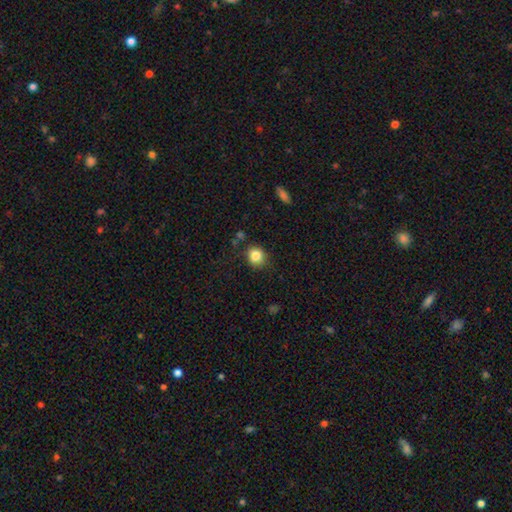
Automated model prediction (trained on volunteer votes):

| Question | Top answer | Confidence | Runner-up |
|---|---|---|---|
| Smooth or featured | smooth | 84% | star or artifact (10%) |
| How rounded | round | 78% | in between (21%) |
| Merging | none | 78% | minor disturbance (16%) |